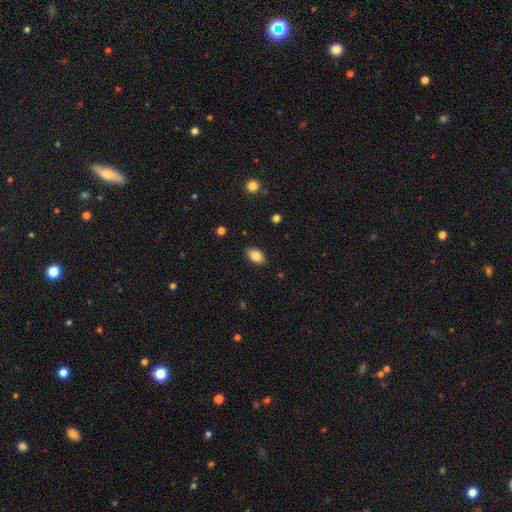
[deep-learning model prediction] Smooth or featured: smooth — 84% (star or artifact — 8%)
How rounded: in between — 89% (round — 9%)
Merging: none — 87% (minor disturbance — 10%)